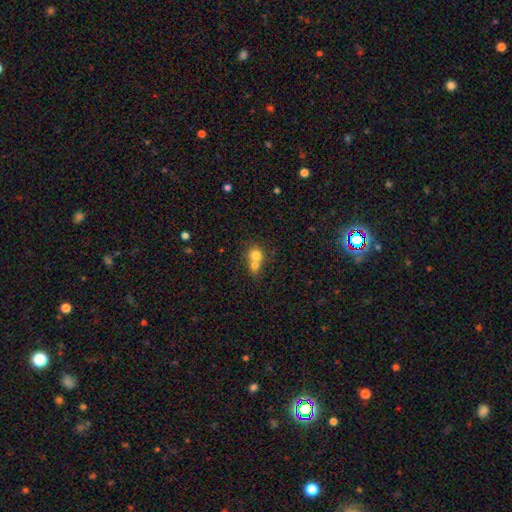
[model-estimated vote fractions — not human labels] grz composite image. It shows a smooth galaxy with no disk features (75%) that is round (81%). Merging: merger (65%).